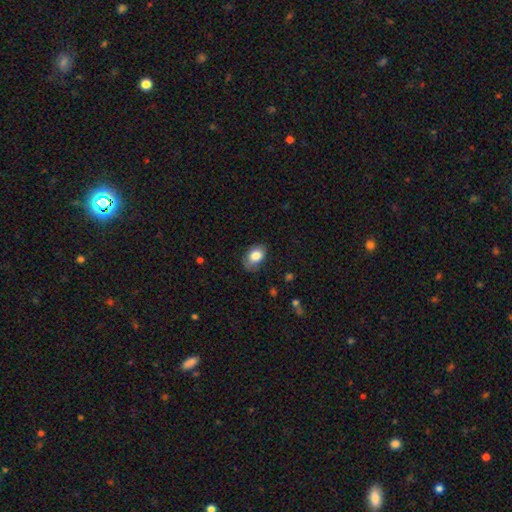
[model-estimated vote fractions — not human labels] smooth_or_featured: smooth (p=0.81) [alt: featured or disk p=0.11]
how_rounded: in between (p=0.85) [alt: round p=0.14]
merging: none (p=0.72) [alt: minor disturbance p=0.22]